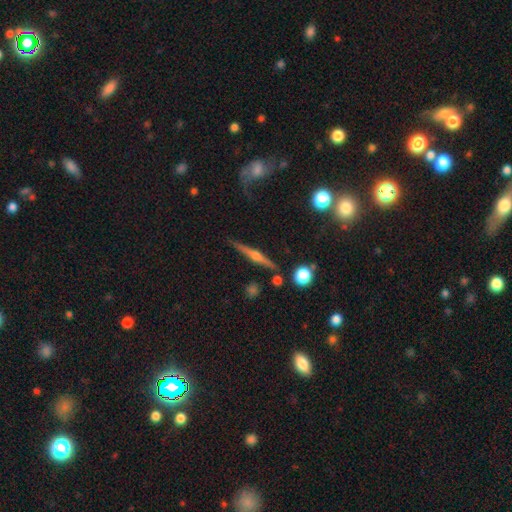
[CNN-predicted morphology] type=featured or disk (79%); edge-on=yes (97%); edge-on bulge=rounded (91%); merging=none (86%).